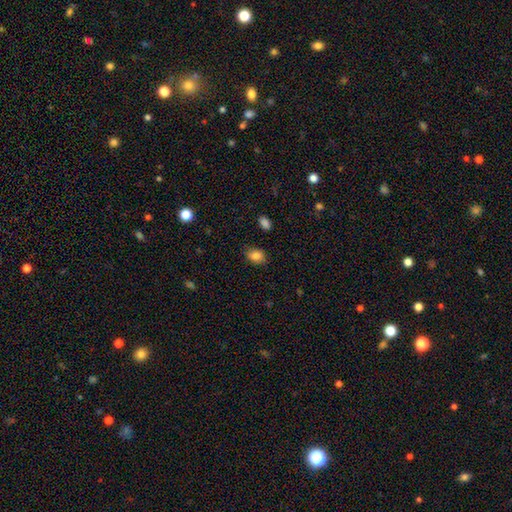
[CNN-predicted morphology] type=smooth (86%); roundness=in between (73%); merging=none (82%).